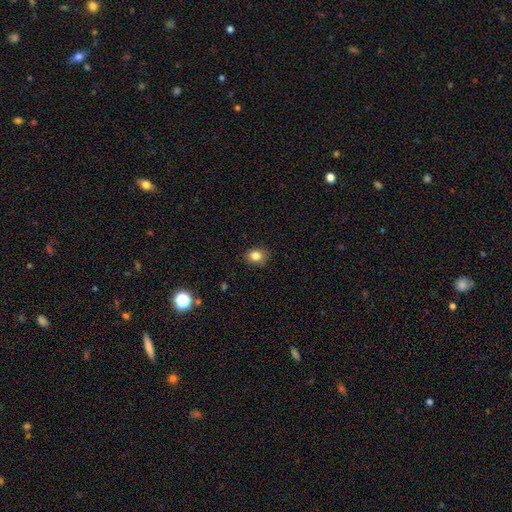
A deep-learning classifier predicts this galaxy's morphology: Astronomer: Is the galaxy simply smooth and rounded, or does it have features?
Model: smooth — 83%.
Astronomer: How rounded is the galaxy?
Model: round — 54% (runner-up: in between, 45%).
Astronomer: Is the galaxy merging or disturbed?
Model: none — 86%.